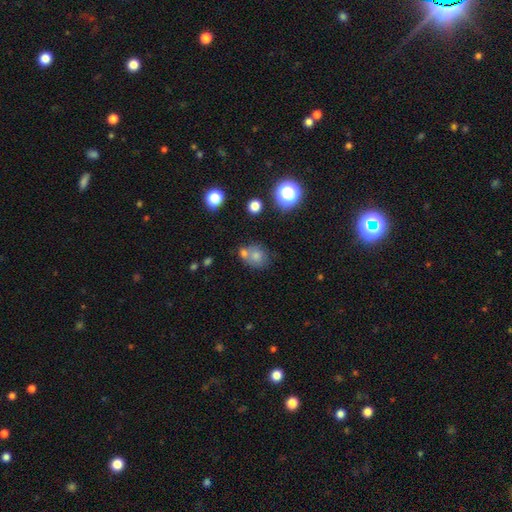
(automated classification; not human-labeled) Smooth or featured: smooth — 71% (featured or disk — 15%)
How rounded: round — 61% (in between — 38%)
Merging: none — 45% (merger — 37%)